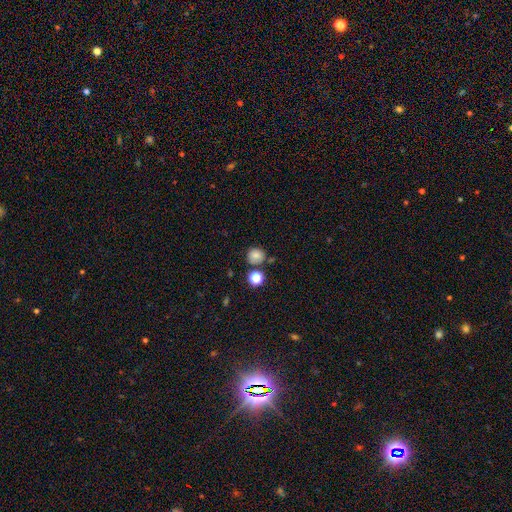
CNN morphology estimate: type=smooth (79%); roundness=round (86%); merging=none (72%).